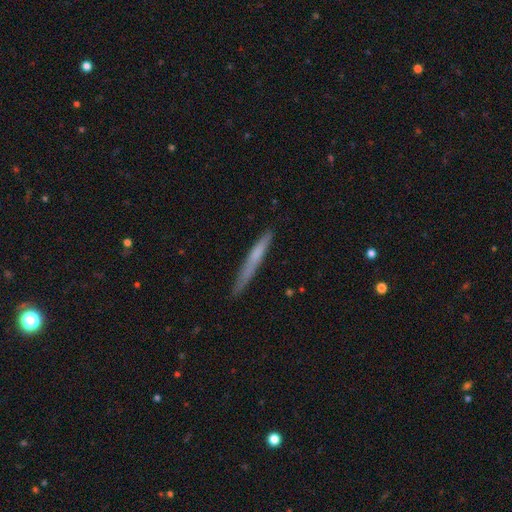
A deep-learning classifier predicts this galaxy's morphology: Smooth or featured? Predicted: smooth (p=0.59). How rounded? Predicted: cigar-shaped (p=0.97). Merging? Predicted: none (p=0.83).